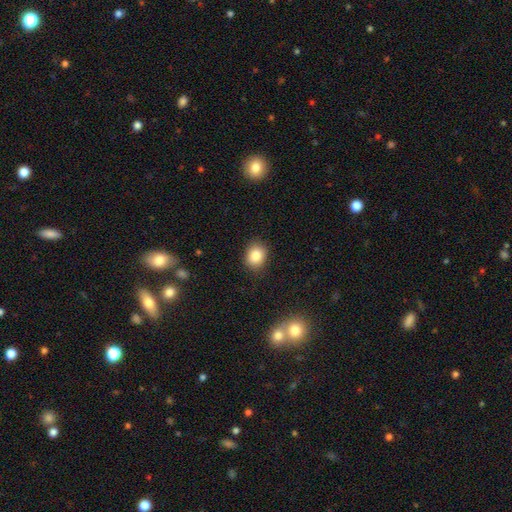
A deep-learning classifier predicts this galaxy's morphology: type=smooth (84%); roundness=round (58%); merging=none (85%).